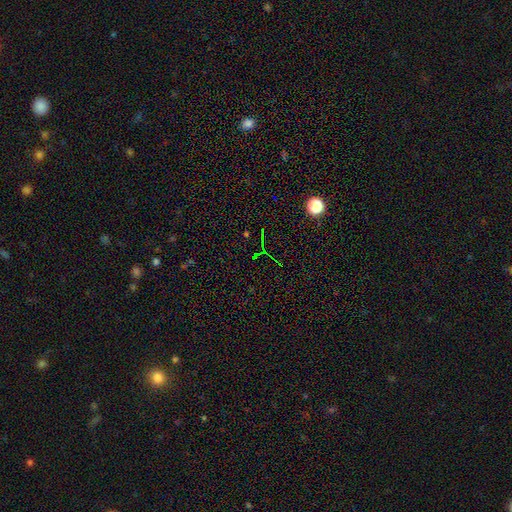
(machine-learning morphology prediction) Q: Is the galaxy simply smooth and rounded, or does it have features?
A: star or artifact — 77%.